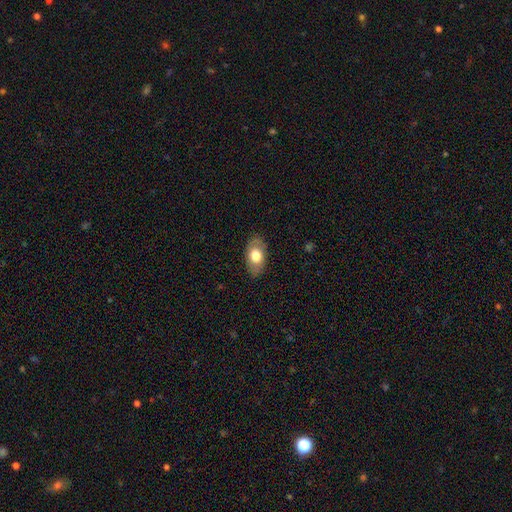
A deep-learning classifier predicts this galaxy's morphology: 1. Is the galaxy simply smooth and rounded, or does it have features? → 68% smooth, 25% featured or disk, 6% star or artifact.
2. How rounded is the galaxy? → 91% in between, 7% round, 2% cigar-shaped.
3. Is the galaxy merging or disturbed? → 81% none, 14% minor disturbance, 4% major disturbance, 1% merger.